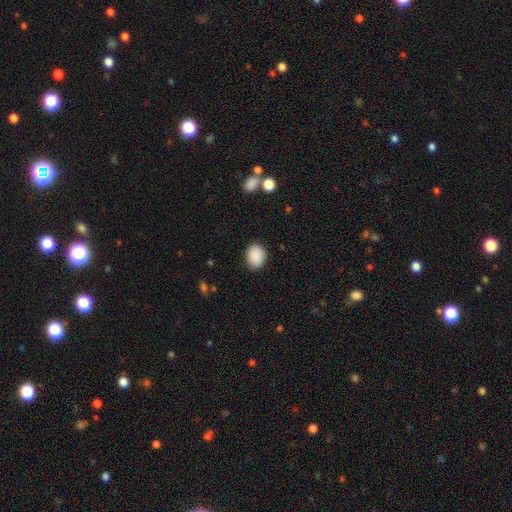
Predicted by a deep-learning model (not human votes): A smooth galaxy with no disk features (90%) that is in between round and cigar-shaped (58%). Merging: none (86%).